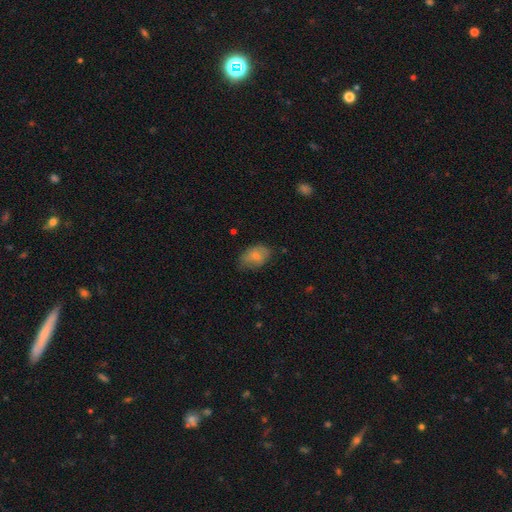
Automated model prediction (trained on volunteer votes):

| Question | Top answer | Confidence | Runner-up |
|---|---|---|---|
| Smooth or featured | smooth | 78% | featured or disk (14%) |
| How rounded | in between | 84% | round (15%) |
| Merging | none | 63% | minor disturbance (29%) |